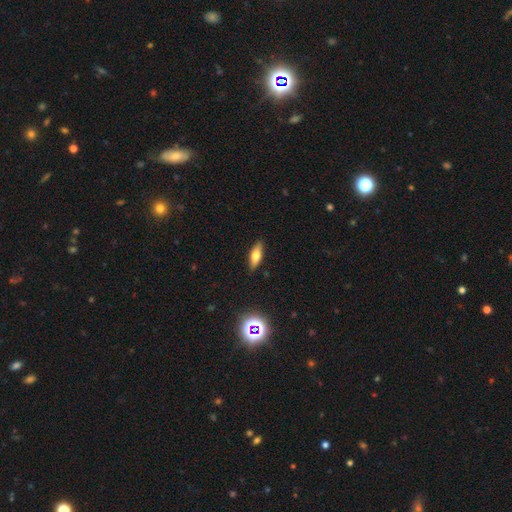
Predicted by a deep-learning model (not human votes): Morphology: type=smooth (65%); roundness=in between (64%); merging=none (87%).